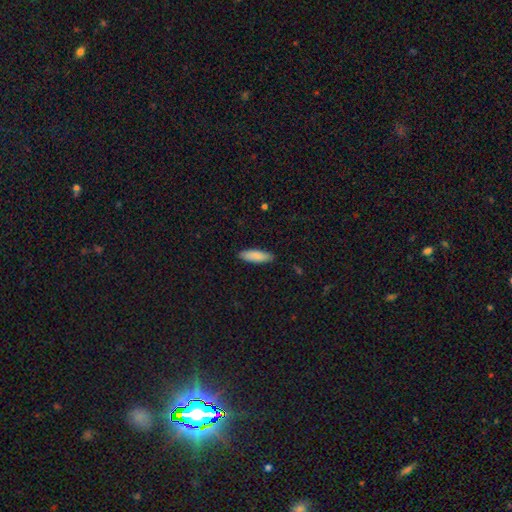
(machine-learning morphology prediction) Smooth or featured?
  - smooth: 88% *
  - featured or disk: 7%
  - star or artifact: 6%
How rounded?
  - in between: 53% *
  - cigar-shaped: 45%
  - round: 2%
Merging?
  - none: 87% *
  - minor disturbance: 10%
  - major disturbance: 2%
  - merger: 1%